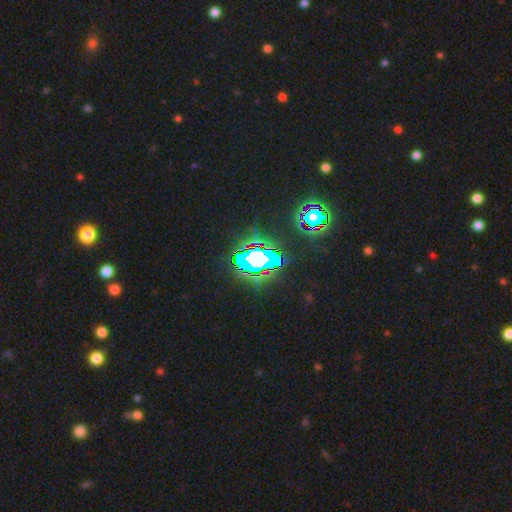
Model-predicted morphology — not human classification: This is likely a star or artifact rather than a galaxy (66%).